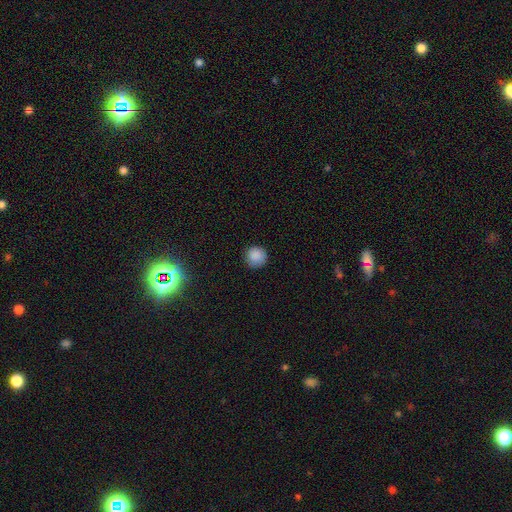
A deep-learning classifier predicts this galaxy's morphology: smooth-or-featured: smooth: 87% | star or artifact: 9% | featured or disk: 3%
  how-rounded: round: 94% | in between: 5% | cigar-shaped: 1%
  merging: none: 86% | minor disturbance: 11% | major disturbance: 2% | merger: 1%